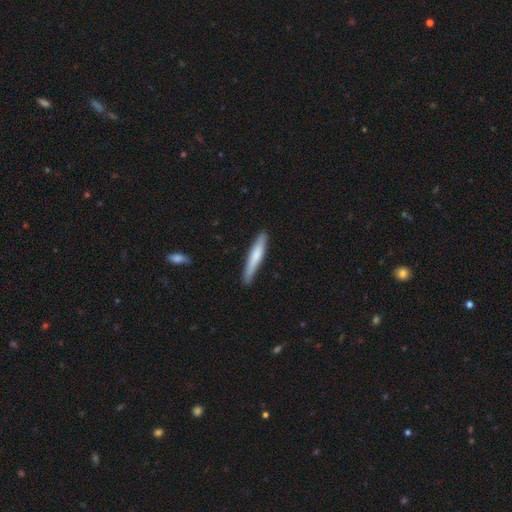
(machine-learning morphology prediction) A smooth galaxy with no disk features (67%) that is cigar-shaped (94%). Merging: none (86%).